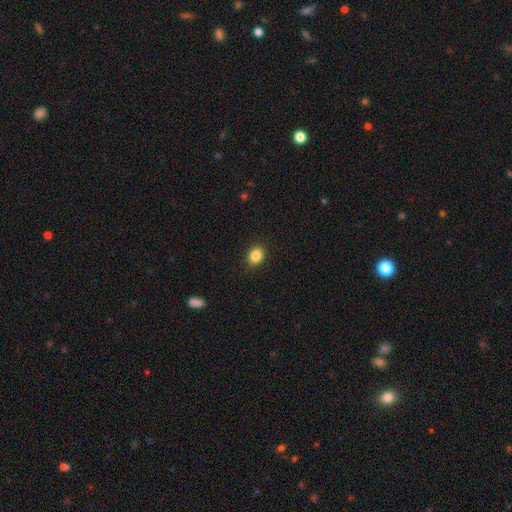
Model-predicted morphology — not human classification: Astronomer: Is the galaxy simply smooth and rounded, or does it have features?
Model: smooth — 85%.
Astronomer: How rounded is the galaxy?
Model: round — 54% (runner-up: in between, 45%).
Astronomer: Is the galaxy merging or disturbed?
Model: none — 89%.